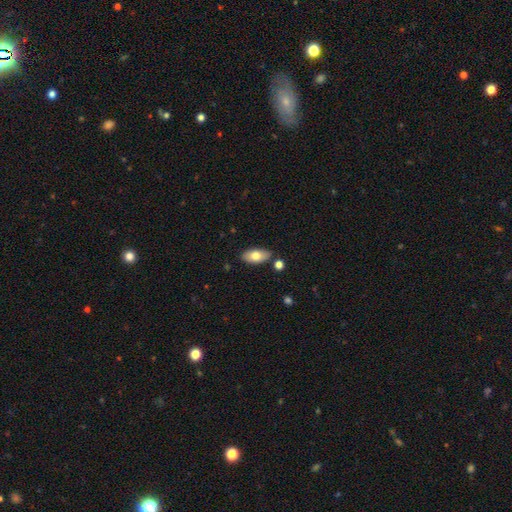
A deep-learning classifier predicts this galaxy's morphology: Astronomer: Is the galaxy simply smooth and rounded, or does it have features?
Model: smooth — 74%.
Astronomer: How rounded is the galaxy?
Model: in between — 92%.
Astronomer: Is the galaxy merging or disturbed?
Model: none — 82%.